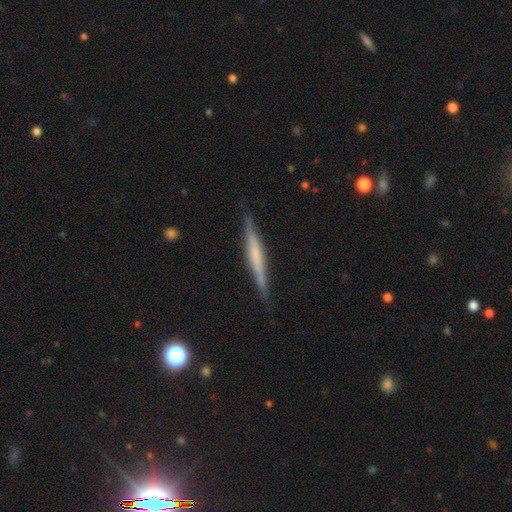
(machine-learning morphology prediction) Smooth or featured: featured or disk — 57% (smooth — 36%)
Edge-on disk: yes — 97% (no — 3%)
Edge-on bulge: none — 55% (rounded — 24%)
Merging: none — 87% (minor disturbance — 9%)